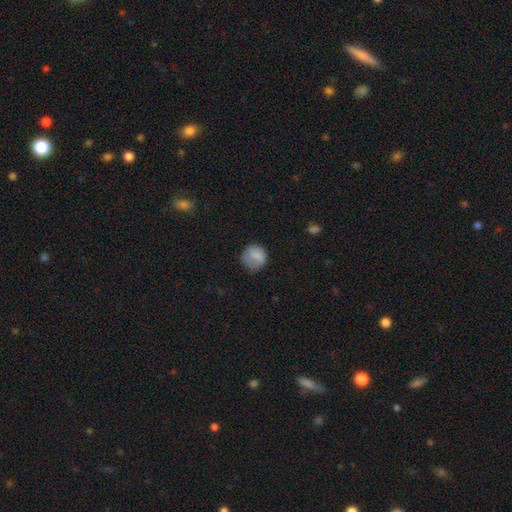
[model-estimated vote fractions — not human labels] smooth_or_featured: smooth (p=0.79) [alt: featured or disk p=0.12]
how_rounded: round (p=0.84) [alt: in between p=0.15]
merging: none (p=0.61) [alt: minor disturbance p=0.26]